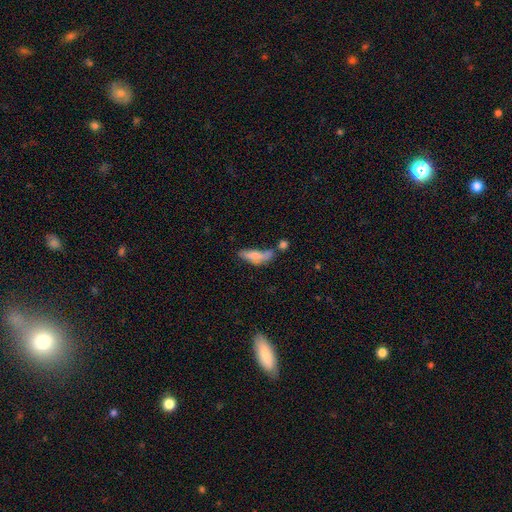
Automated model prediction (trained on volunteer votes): Overall: smooth (71%). How rounded: in between (51%; cigar-shaped 46%). Merging: none (32%; merger 27%).